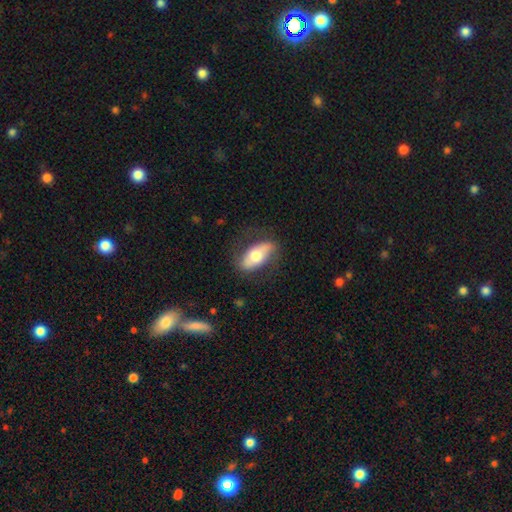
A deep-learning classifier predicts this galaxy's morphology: The model was most divided on "smooth or featured": smooth: 56%, featured or disk: 38%, star or artifact: 6%. More confident: how rounded — in between (84%); merging — none (75%).